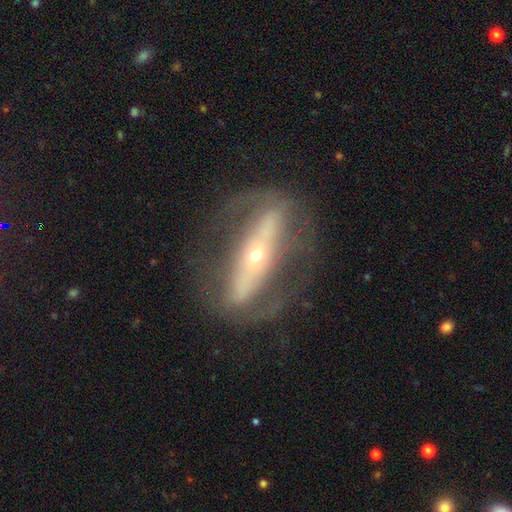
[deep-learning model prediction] The model was most divided on "spiral arms": no: 63%, yes: 37%. More confident: smooth or featured — featured or disk (79%); merging — none (72%); bar — strong (69%); bulge size — small (68%); edge-on disk — no (65%).